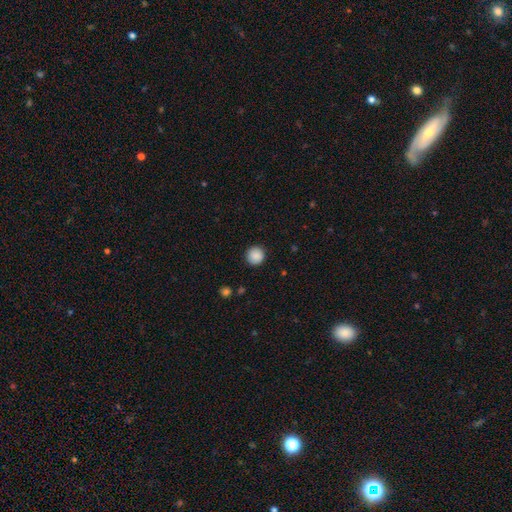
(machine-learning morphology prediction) This is clearly a smooth galaxy (89%). How rounded: clearly round (95%). Merging: clearly none (92%).